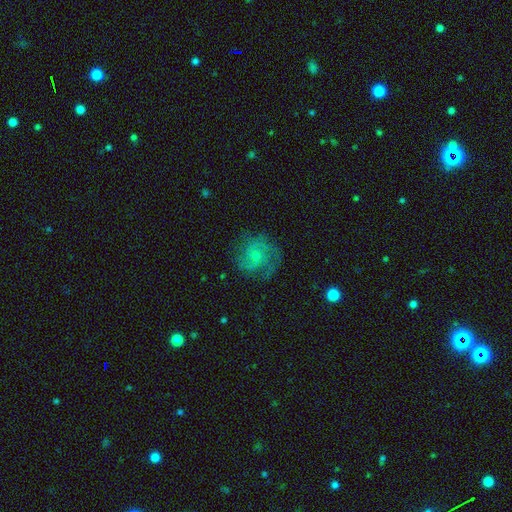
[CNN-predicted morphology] A featured or disk galaxy (64%) with no bar (76%), 2 (32%) medium (47%) spiral arms (88%) and a small central bulge (66%). Merging: none (63%).